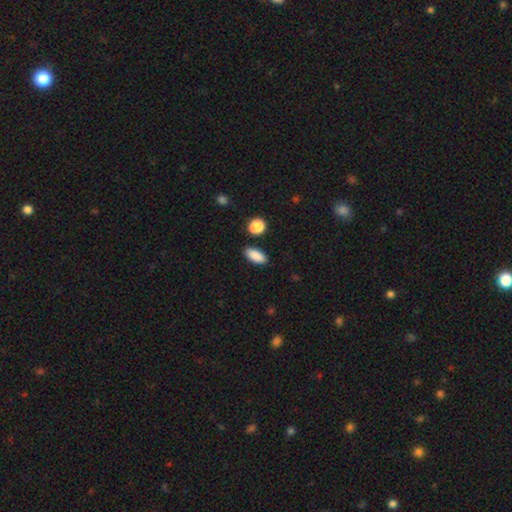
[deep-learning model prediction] smooth 88%, star or artifact 8%, featured or disk 4%. Down the decision tree: how rounded — in between (86%); merging — none (85%).